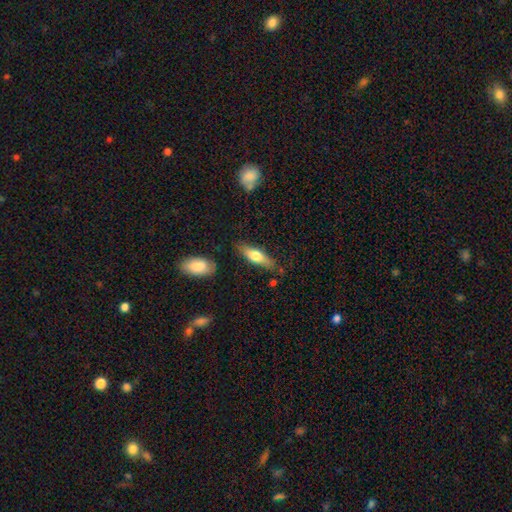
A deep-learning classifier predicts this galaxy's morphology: A smooth galaxy with no disk features (64%) that is cigar-shaped (50%). Merging: none (77%).